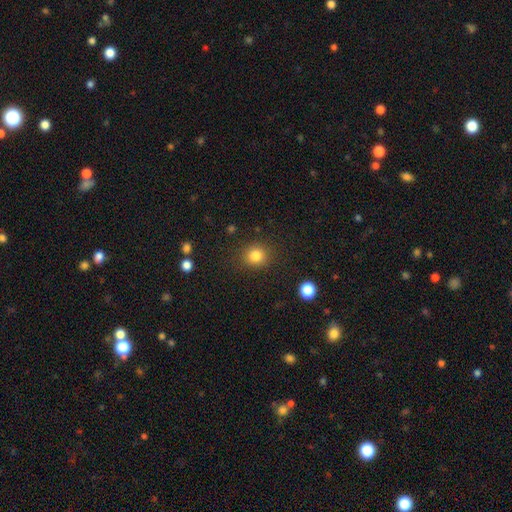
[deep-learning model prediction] The model was most divided on "how rounded": round: 85%, in between: 14%, cigar-shaped: 1%. More confident: merging — none (88%); smooth or featured — smooth (83%).